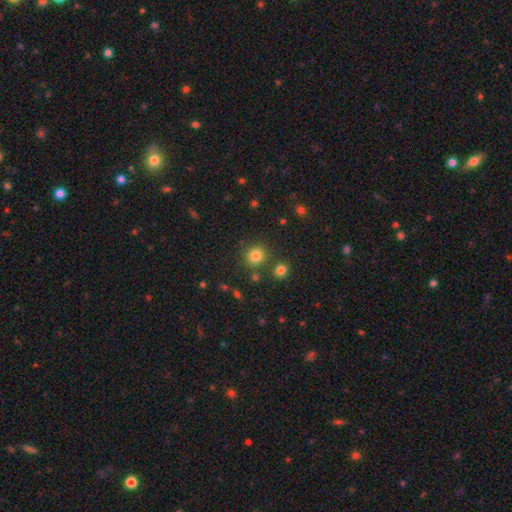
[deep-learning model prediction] A smooth galaxy with no disk features (81%) that is round (85%).

Vote fractions:
- Smooth or featured? smooth: 81% / star or artifact: 14% / featured or disk: 6%
- How rounded? round: 85% / in between: 14% / cigar-shaped: 1%
- Merging? none: 80% / minor disturbance: 8% / merger: 8% / major disturbance: 3%